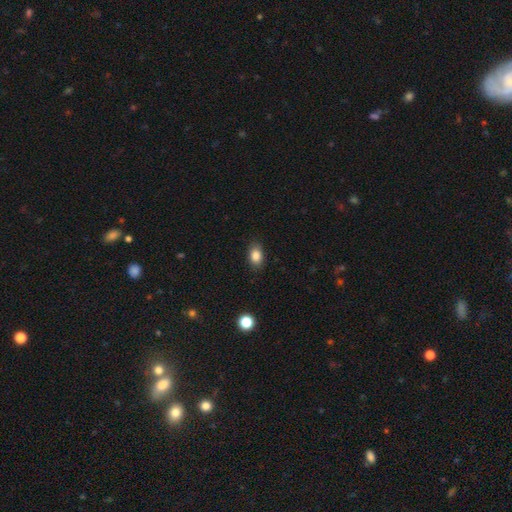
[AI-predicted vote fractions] Smooth or featured?
  - smooth: 86% *
  - star or artifact: 9%
  - featured or disk: 5%
How rounded?
  - in between: 82% *
  - round: 16%
  - cigar-shaped: 2%
Merging?
  - none: 85% *
  - minor disturbance: 11%
  - major disturbance: 3%
  - merger: 1%